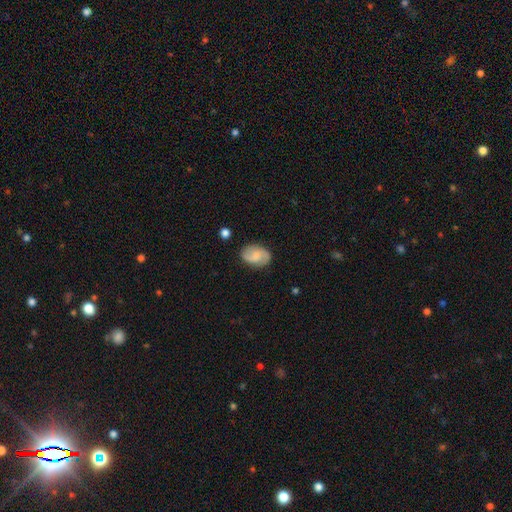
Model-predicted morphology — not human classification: Smooth or featured? featured or disk (52%)
Edge-on disk? no (97%)
Merging? none (79%)